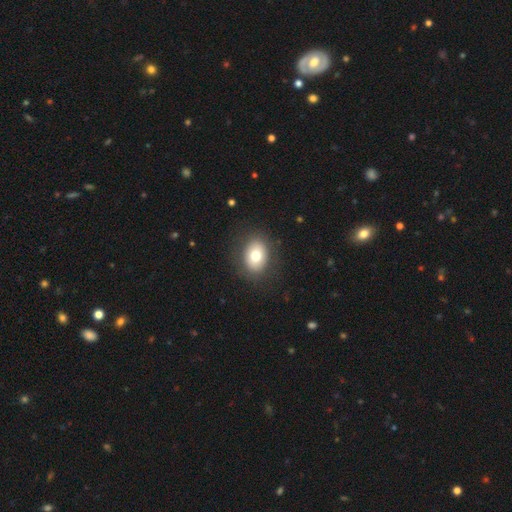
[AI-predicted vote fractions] Overall: smooth (74%). How rounded: in between (66%; round 34%). Merging: none (86%).